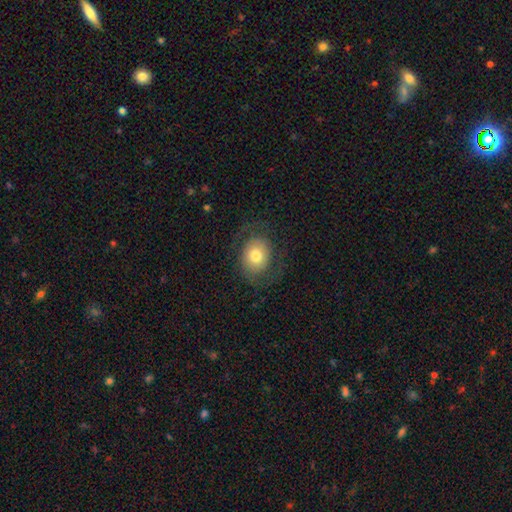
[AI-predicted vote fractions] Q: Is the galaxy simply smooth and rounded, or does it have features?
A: smooth — 52%.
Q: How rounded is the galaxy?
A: round — 56%.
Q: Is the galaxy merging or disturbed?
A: none — 71%.